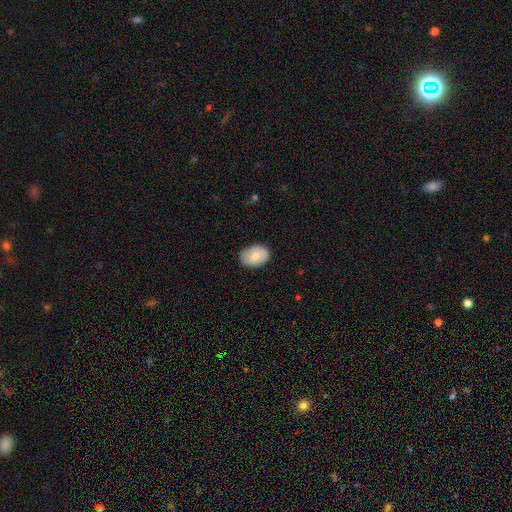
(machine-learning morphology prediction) This appears to be a smooth galaxy with no disk features (81%) that is in between round and cigar-shaped (79%). Merging: none (83%).